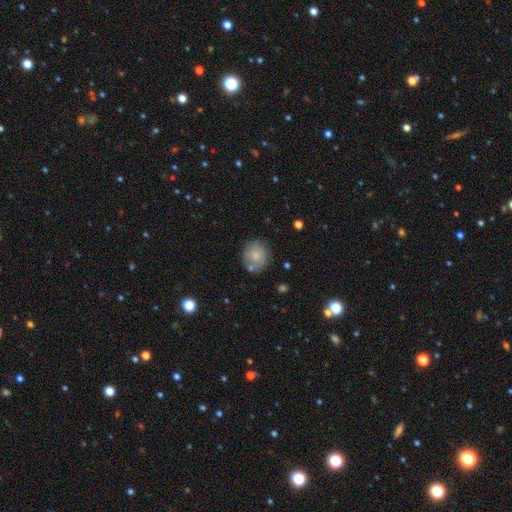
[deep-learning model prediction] A smooth galaxy with no disk features (74%) that is round (84%).

Vote fractions:
- Smooth or featured? smooth: 74% / featured or disk: 18% / star or artifact: 8%
- How rounded? round: 84% / in between: 15% / cigar-shaped: 1%
- Merging? none: 75% / minor disturbance: 15% / merger: 6% / major disturbance: 4%